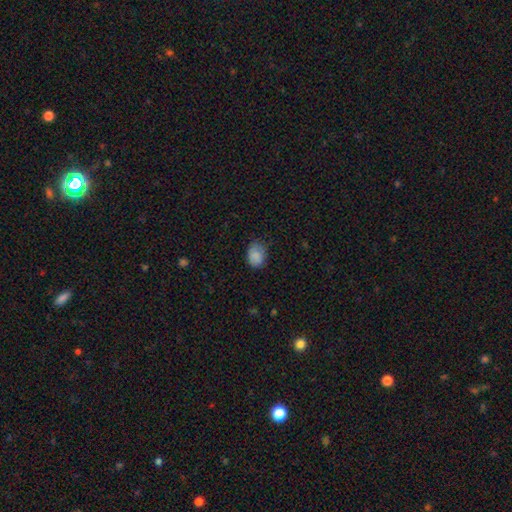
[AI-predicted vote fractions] The model was most divided on "merging": none: 64%, minor disturbance: 28%, major disturbance: 6%, merger: 1%. More confident: smooth or featured — smooth (85%); how rounded — in between (68%).